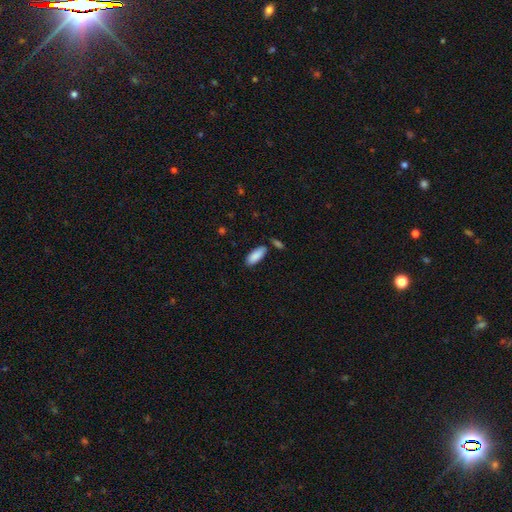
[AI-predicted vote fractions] smooth-or-featured: smooth: 89% | star or artifact: 6% | featured or disk: 5%
  how-rounded: in between: 79% | cigar-shaped: 19% | round: 2%
  merging: none: 77% | minor disturbance: 14% | merger: 6% | major disturbance: 3%